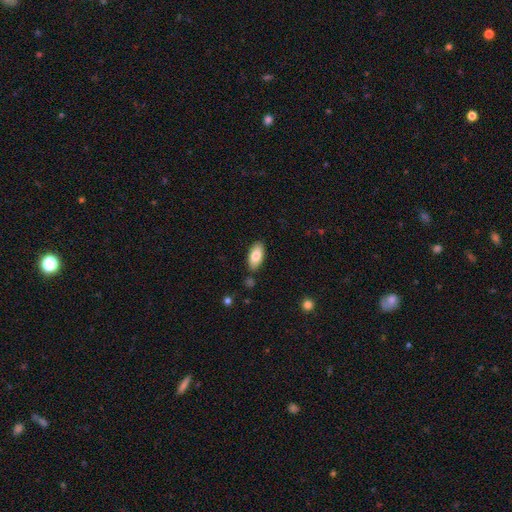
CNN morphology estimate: Smooth or featured? Predicted: smooth (p=0.83). How rounded? Predicted: in between (p=0.90). Merging? Predicted: none (p=0.84).